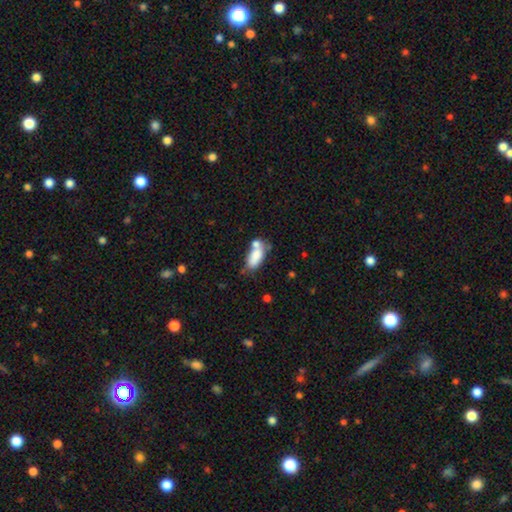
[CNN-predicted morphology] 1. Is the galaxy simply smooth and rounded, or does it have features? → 79% smooth, 13% featured or disk, 8% star or artifact.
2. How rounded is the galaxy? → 86% in between, 11% cigar-shaped, 4% round.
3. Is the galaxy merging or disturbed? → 38% none, 36% merger, 18% minor disturbance, 8% major disturbance.